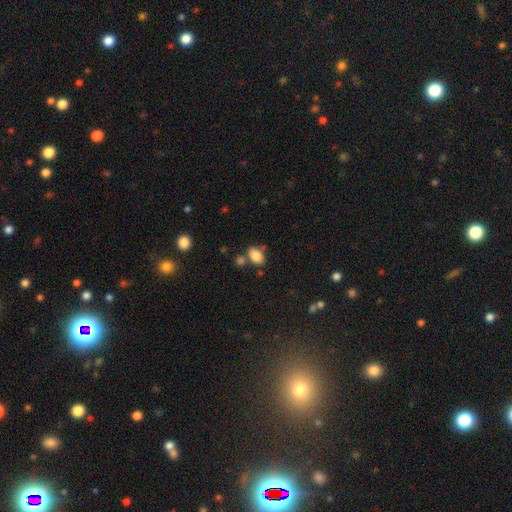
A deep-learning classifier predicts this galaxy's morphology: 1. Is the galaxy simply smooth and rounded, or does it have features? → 85% smooth, 9% star or artifact, 6% featured or disk.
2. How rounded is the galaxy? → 81% in between, 18% round, 1% cigar-shaped.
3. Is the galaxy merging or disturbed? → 66% none, 15% merger, 15% minor disturbance, 4% major disturbance.